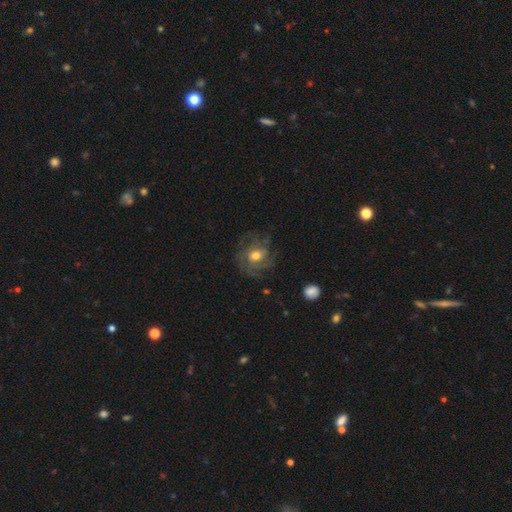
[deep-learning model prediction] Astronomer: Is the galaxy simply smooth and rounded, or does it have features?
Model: featured or disk — 63%.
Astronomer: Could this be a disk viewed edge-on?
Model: no — 97%.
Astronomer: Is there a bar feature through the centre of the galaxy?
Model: no — 71%.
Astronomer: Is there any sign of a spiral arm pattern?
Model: yes — 78%.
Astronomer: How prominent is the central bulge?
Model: moderate — 65%.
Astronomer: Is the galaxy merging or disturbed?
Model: none — 64%.